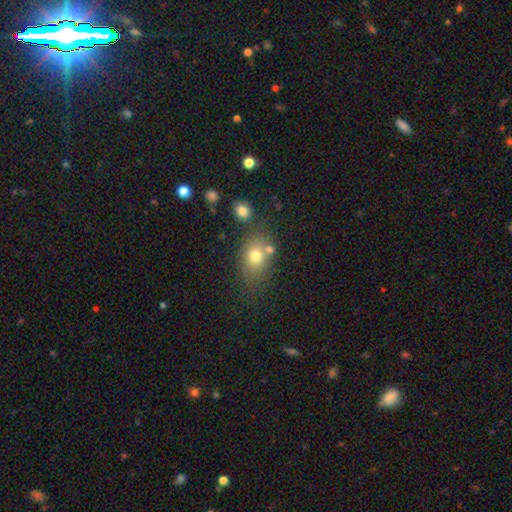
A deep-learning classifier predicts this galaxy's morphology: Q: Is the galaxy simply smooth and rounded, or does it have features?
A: smooth — 73%.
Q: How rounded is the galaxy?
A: in between — 67%.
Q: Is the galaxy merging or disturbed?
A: none — 61%.